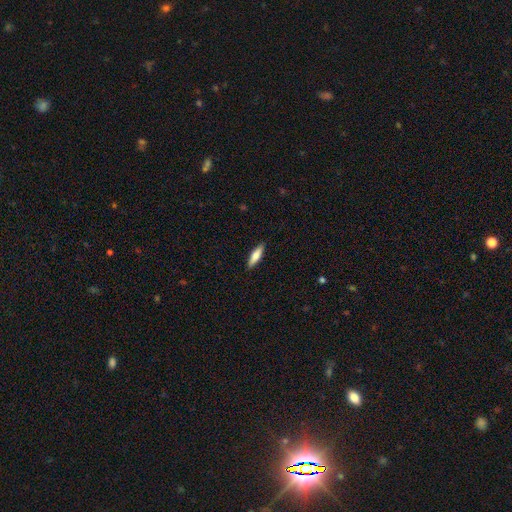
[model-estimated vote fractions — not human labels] smooth-or-featured: smooth: 70% | featured or disk: 24% | star or artifact: 6%
  how-rounded: cigar-shaped: 66% | in between: 32% | round: 2%
  merging: none: 90% | minor disturbance: 8% | major disturbance: 2% | merger: 1%